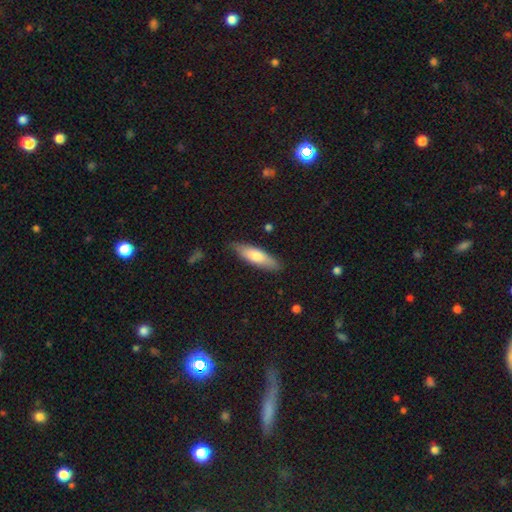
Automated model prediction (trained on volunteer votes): Smooth or featured: smooth — 72% (featured or disk — 23%)
How rounded: cigar-shaped — 58% (in between — 40%)
Merging: none — 83% (minor disturbance — 13%)